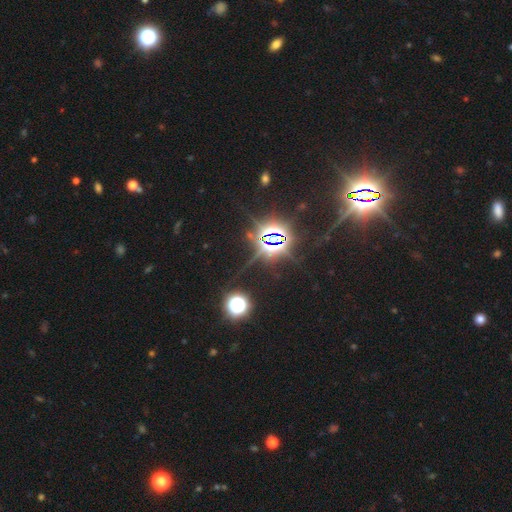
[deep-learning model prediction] Smooth or featured? Predicted: star or artifact (p=0.85).